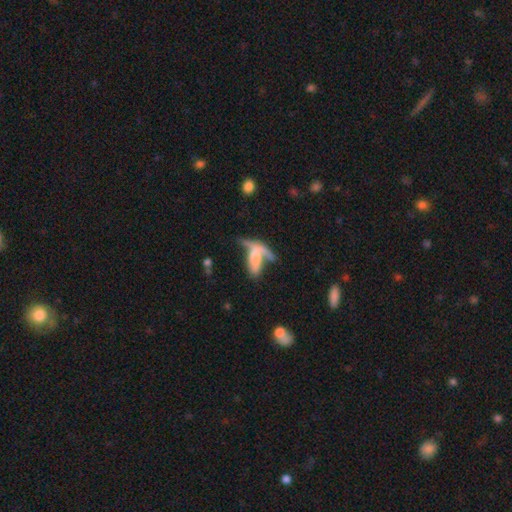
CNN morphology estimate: Smooth or featured?
  - smooth: 57% *
  - featured or disk: 33%
  - star or artifact: 10%
How rounded?
  - in between: 51% *
  - cigar-shaped: 43%
  - round: 5%
Merging?
  - merger: 46% *
  - none: 22%
  - major disturbance: 20%
  - minor disturbance: 12%